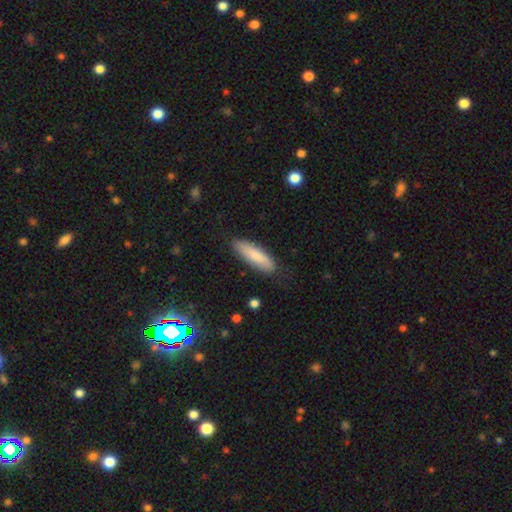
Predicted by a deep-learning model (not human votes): Overall: smooth (80%). How rounded: cigar-shaped (59%; in between 39%). Merging: none (83%).